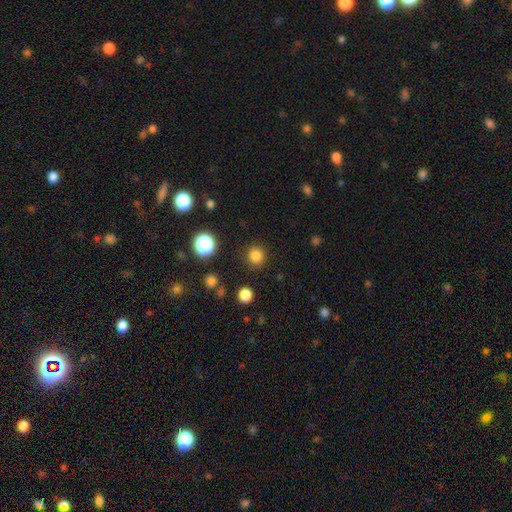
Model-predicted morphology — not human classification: smooth 82%, star or artifact 14%, featured or disk 4%. Down the decision tree: how rounded — round (91%); merging — none (89%).